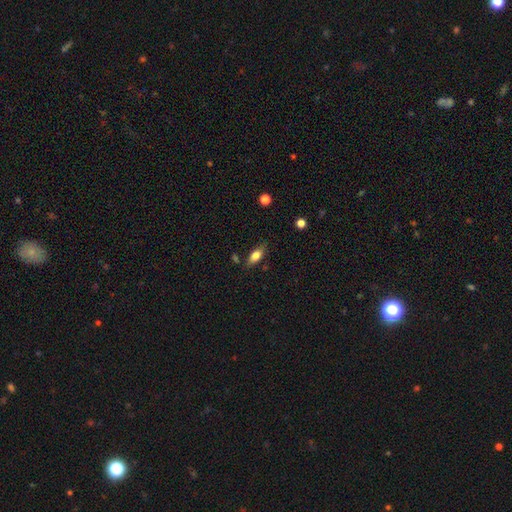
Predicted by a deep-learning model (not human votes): A smooth galaxy with no disk features (77%) that is in between round and cigar-shaped (82%).

Vote fractions:
- Smooth or featured? smooth: 77% / featured or disk: 16% / star or artifact: 8%
- How rounded? in between: 82% / cigar-shaped: 13% / round: 5%
- Merging? none: 76% / minor disturbance: 16% / major disturbance: 4% / merger: 3%